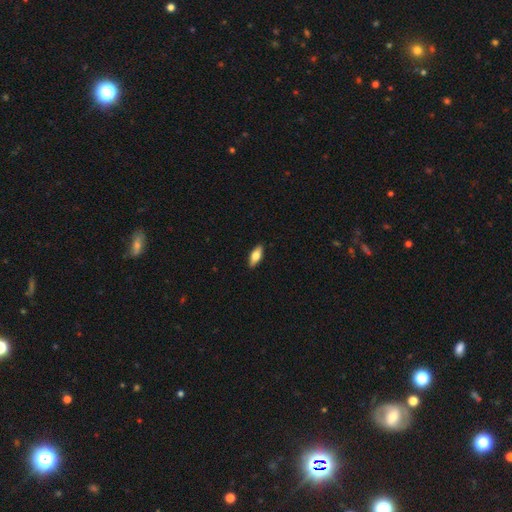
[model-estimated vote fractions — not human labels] Morphology: type=smooth (68%); roundness=in between (77%); merging=none (89%).